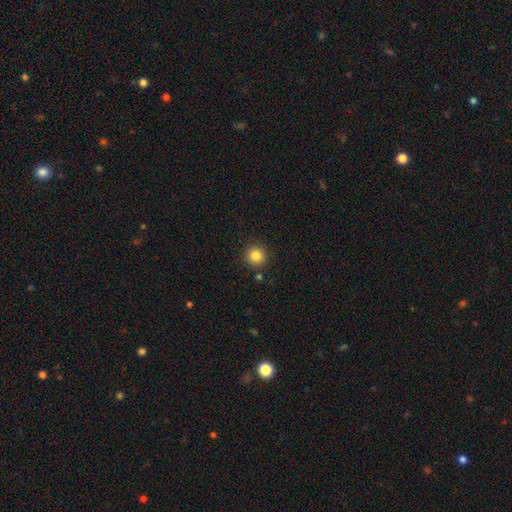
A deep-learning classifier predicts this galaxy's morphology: Smooth or featured?
  - smooth: 85% *
  - star or artifact: 11%
  - featured or disk: 5%
How rounded?
  - round: 94% *
  - in between: 5%
  - cigar-shaped: 1%
Merging?
  - none: 89% *
  - minor disturbance: 6%
  - merger: 3%
  - major disturbance: 2%